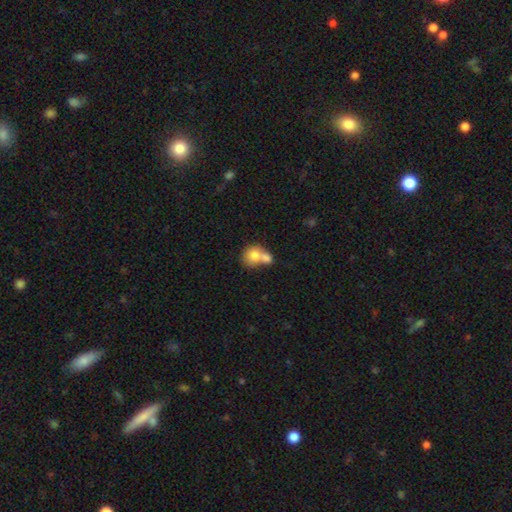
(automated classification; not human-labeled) This is likely a smooth galaxy (75%). How rounded: likely round (66%). Merging: likely merger (68%).